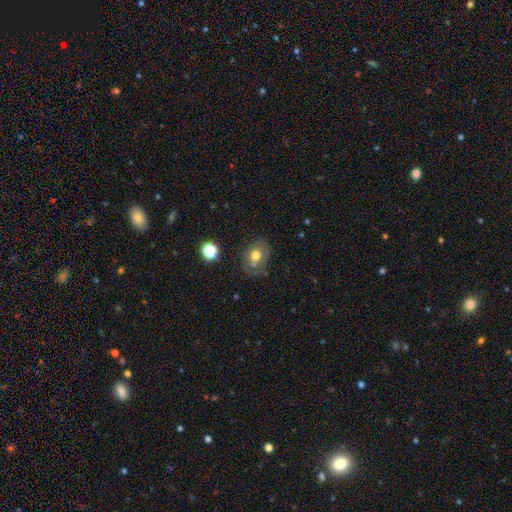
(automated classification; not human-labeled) Smooth or featured? smooth (64%)
How rounded? in between (55%)
Merging? none (68%)